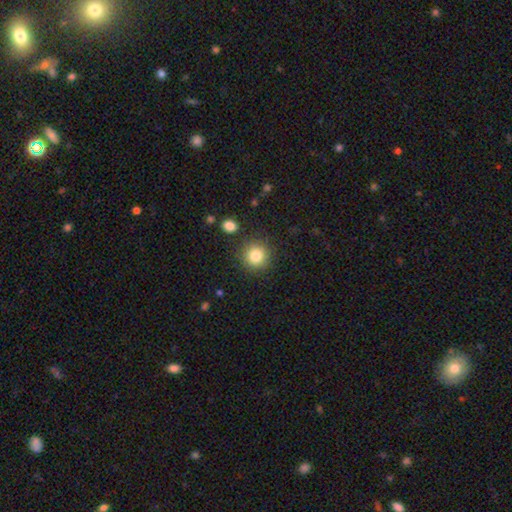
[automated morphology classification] The model was most divided on "smooth or featured": smooth: 83%, star or artifact: 11%, featured or disk: 7%. More confident: how rounded — round (94%); merging — none (87%).